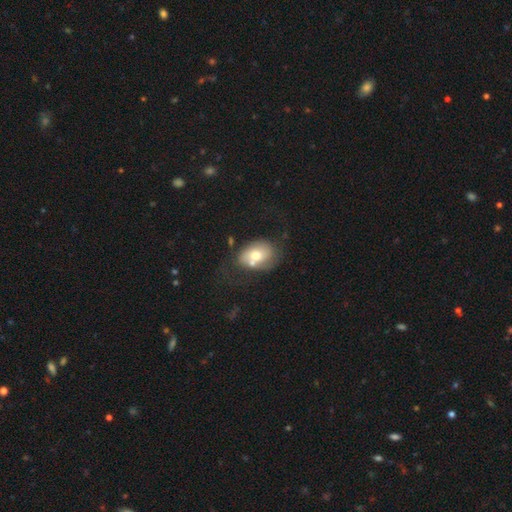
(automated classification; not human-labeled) This appears to be a smooth galaxy with no disk features (58%) that is in between round and cigar-shaped (73%). Merging: none (45%).